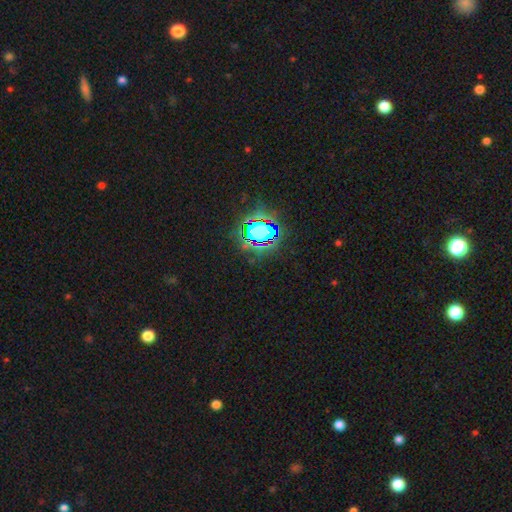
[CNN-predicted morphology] smooth-or-featured: star or artifact: 81% | smooth: 12% | featured or disk: 7%